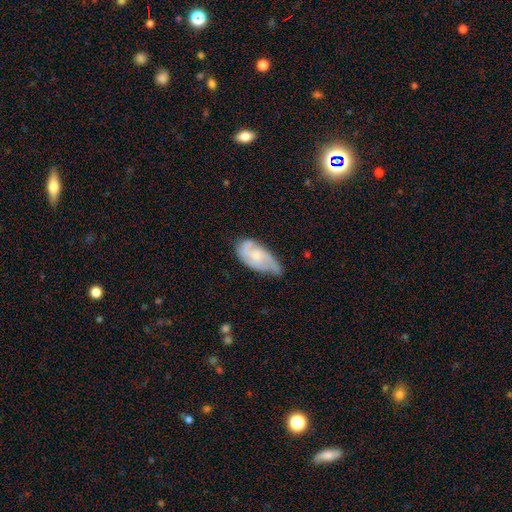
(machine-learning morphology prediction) This appears to be a featured or disk galaxy (58%) with no bar (70%), spiral arms (80%) and a small central bulge (41%). Merging: none (42%).